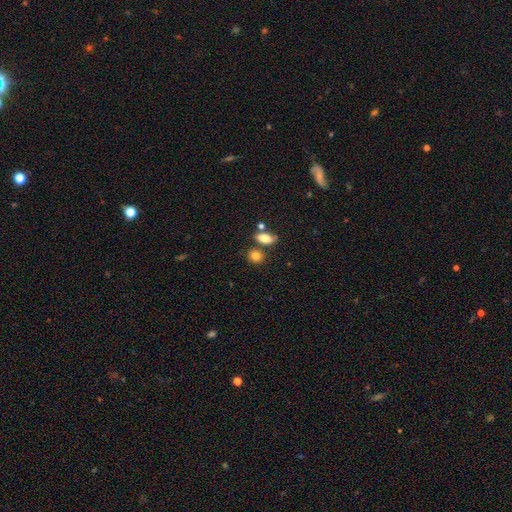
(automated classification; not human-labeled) Smooth or featured?
  - smooth: 81% *
  - star or artifact: 10%
  - featured or disk: 9%
How rounded?
  - round: 48% * (tied)
  - in between: 48% * (tied)
  - cigar-shaped: 4%
Merging?
  - none: 67% *
  - merger: 17%
  - minor disturbance: 12%
  - major disturbance: 4%